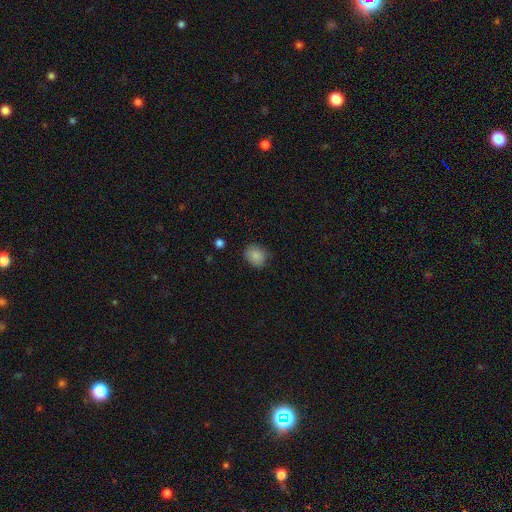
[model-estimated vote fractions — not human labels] A smooth galaxy with no disk features (86%) that is round (62%).

Vote fractions:
- Smooth or featured? smooth: 86% / star or artifact: 9% / featured or disk: 5%
- How rounded? round: 62% / in between: 37% / cigar-shaped: 1%
- Merging? none: 78% / minor disturbance: 17% / major disturbance: 4% / merger: 1%